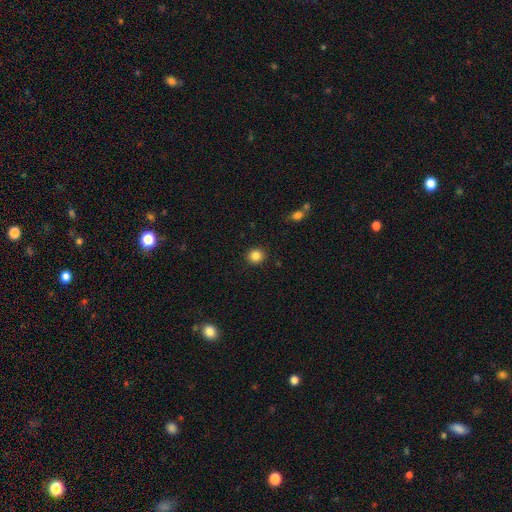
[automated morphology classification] type=smooth (85%); roundness=round (90%); merging=none (92%).